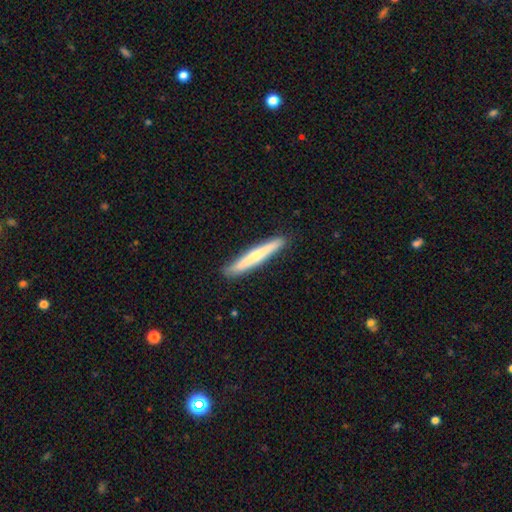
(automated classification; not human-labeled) Smooth or featured? smooth (53%)
How rounded? cigar-shaped (95%)
Merging? none (90%)